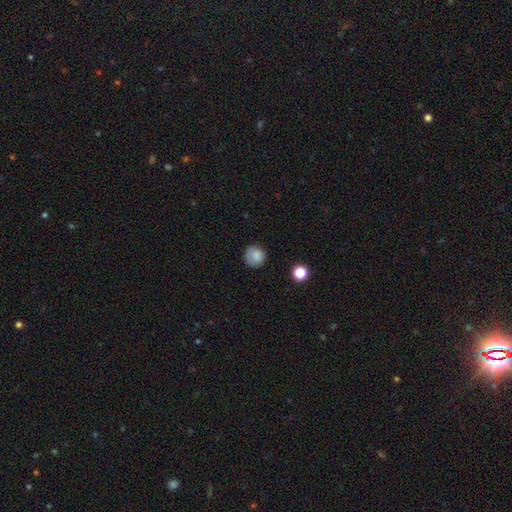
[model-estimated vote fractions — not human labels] A smooth galaxy with no disk features (84%) that is round (89%).

Vote fractions:
- Smooth or featured? smooth: 84% / star or artifact: 10% / featured or disk: 6%
- How rounded? round: 89% / in between: 10% / cigar-shaped: 1%
- Merging? none: 76% / minor disturbance: 17% / major disturbance: 5% / merger: 2%